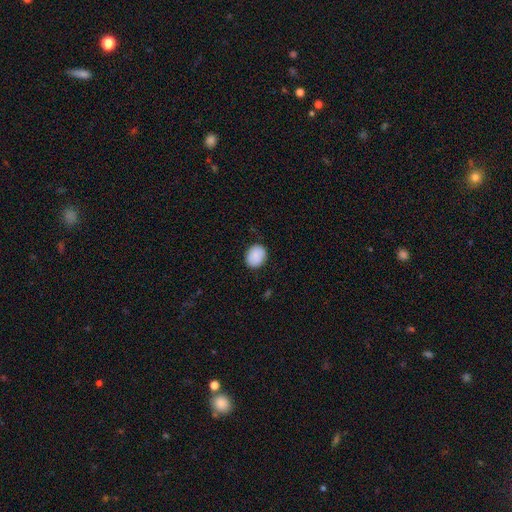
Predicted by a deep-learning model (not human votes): smooth-or-featured: smooth: 88% | star or artifact: 7% | featured or disk: 5%
  how-rounded: in between: 51% | round: 48% | cigar-shaped: 1%
  merging: none: 85% | minor disturbance: 12% | major disturbance: 2% | merger: 1%